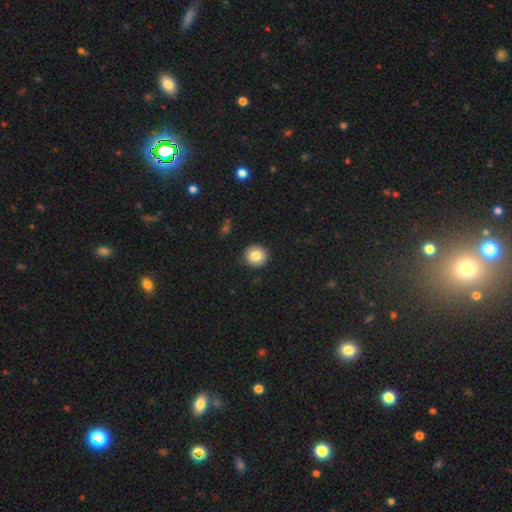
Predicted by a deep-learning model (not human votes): Smooth or featured? Predicted: smooth (p=0.83). How rounded? Predicted: round (p=0.95). Merging? Predicted: none (p=0.92).